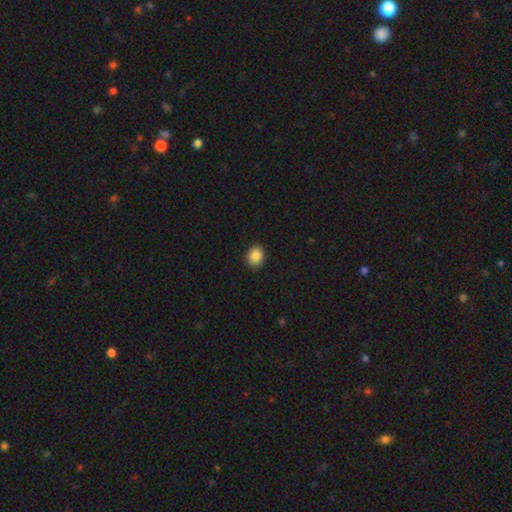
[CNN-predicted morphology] Q: Smooth or featured?
A: smooth (86%); runner-up: star or artifact (9%)
Q: How rounded?
A: round (60%); runner-up: in between (39%)
Q: Merging?
A: none (90%); runner-up: minor disturbance (7%)